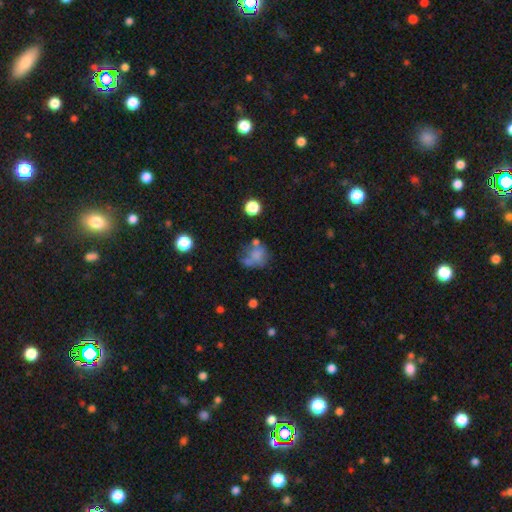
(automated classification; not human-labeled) The model was most divided on "merging": none: 36%, minor disturbance: 22%, major disturbance: 21%, merger: 21%. More confident: how rounded — round (64%); smooth or featured — smooth (61%).